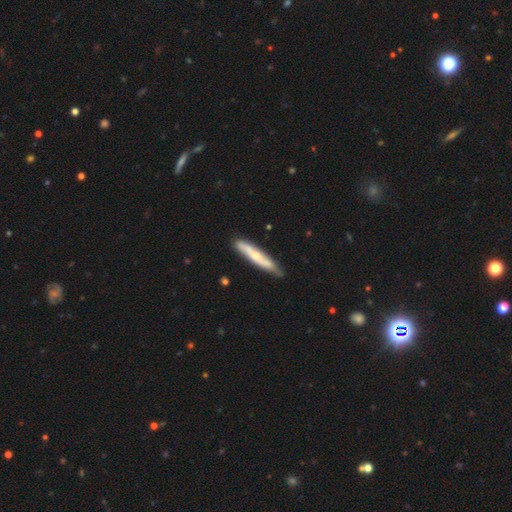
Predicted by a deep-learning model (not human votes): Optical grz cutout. It shows a featured or disk galaxy (51%) viewed edge-on (69%). Merging: none (78%).